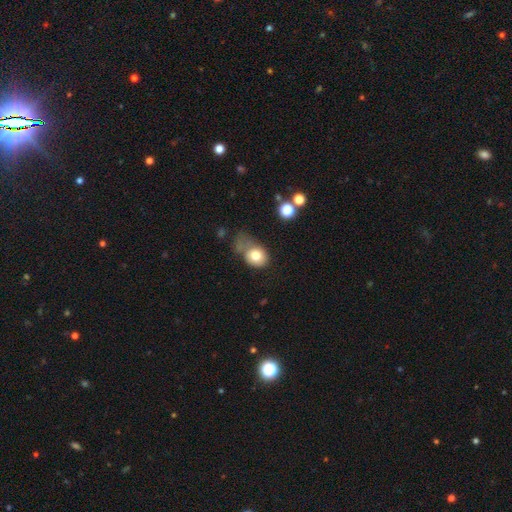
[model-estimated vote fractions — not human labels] Morphology: type=smooth (76%); roundness=round (56%); merging=major disturbance (33%).